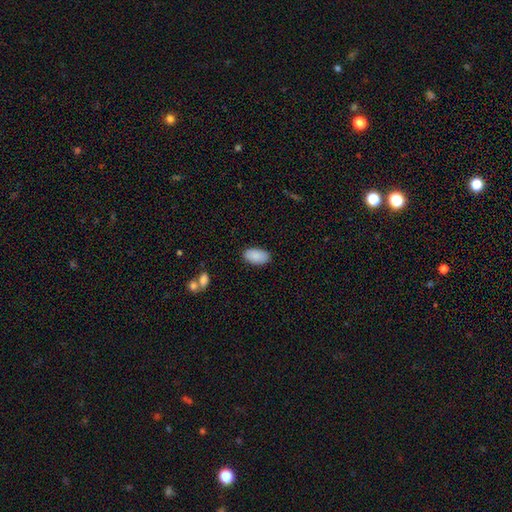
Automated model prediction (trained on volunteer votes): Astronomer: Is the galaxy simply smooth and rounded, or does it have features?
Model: smooth — 89%.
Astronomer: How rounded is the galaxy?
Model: in between — 95%.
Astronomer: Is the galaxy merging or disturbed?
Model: none — 87%.